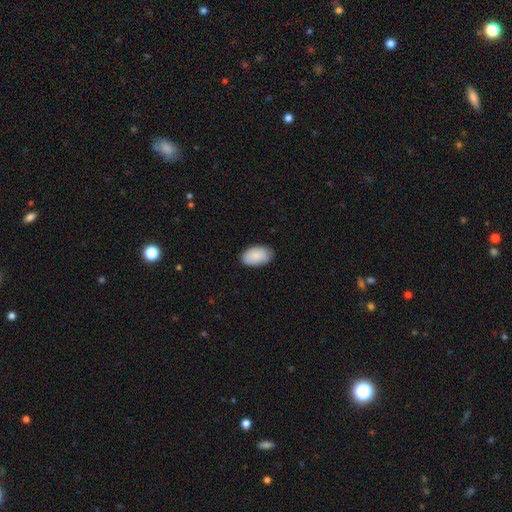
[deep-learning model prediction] smooth-or-featured: smooth: 89% | star or artifact: 6% | featured or disk: 5%
  how-rounded: in between: 95% | round: 4% | cigar-shaped: 1%
  merging: none: 84% | minor disturbance: 13% | major disturbance: 2% | merger: 1%